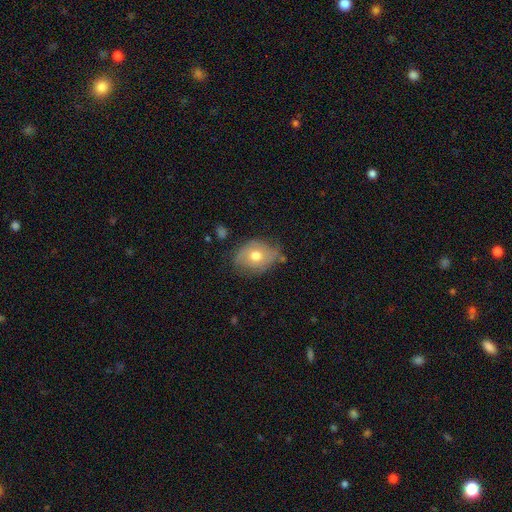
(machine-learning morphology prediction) smooth 62%, featured or disk 30%, star or artifact 8%. Down the decision tree: how rounded — in between (65%); merging — none (64%).